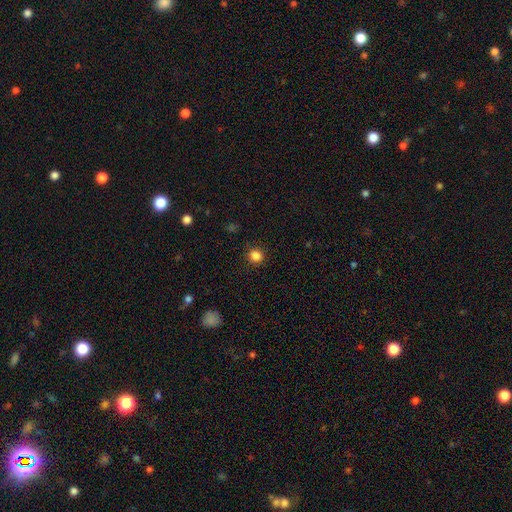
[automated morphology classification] type=smooth (85%); roundness=round (90%); merging=none (90%).